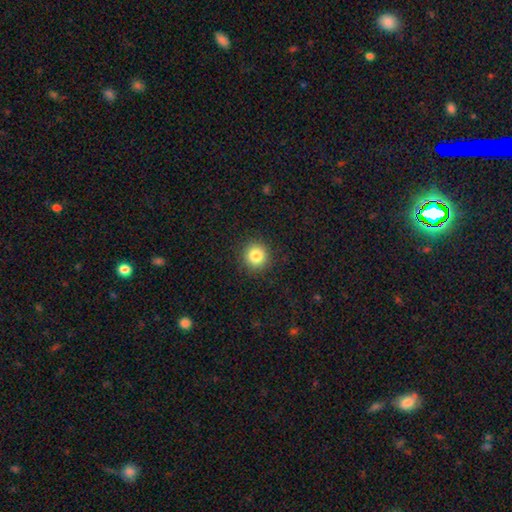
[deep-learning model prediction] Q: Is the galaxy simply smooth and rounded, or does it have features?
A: smooth — 83%.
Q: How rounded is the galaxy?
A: round — 94%.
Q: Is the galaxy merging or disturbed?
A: none — 91%.